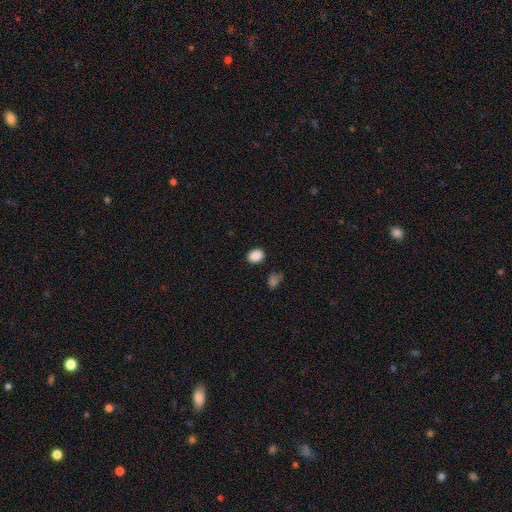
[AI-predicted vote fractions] Morphology: type=smooth (88%); roundness=in between (66%); merging=none (85%).